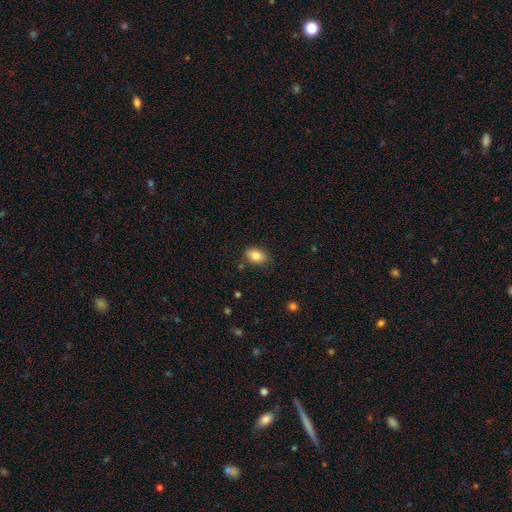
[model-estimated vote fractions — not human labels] Q: Smooth or featured?
A: smooth (84%); runner-up: star or artifact (8%)
Q: How rounded?
A: in between (85%); runner-up: round (13%)
Q: Merging?
A: none (79%); runner-up: minor disturbance (15%)